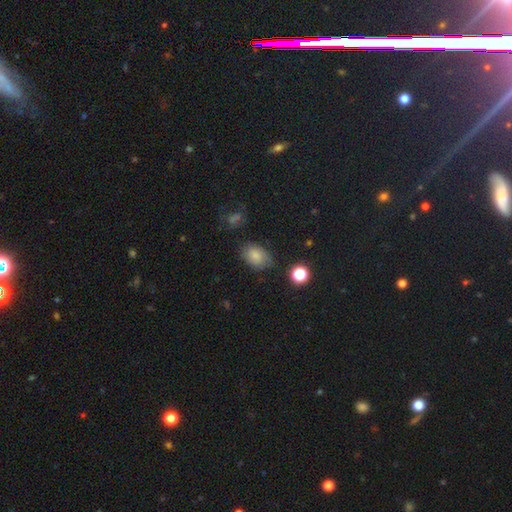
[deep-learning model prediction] Morphology: type=smooth (74%); roundness=in between (78%); merging=none (70%).